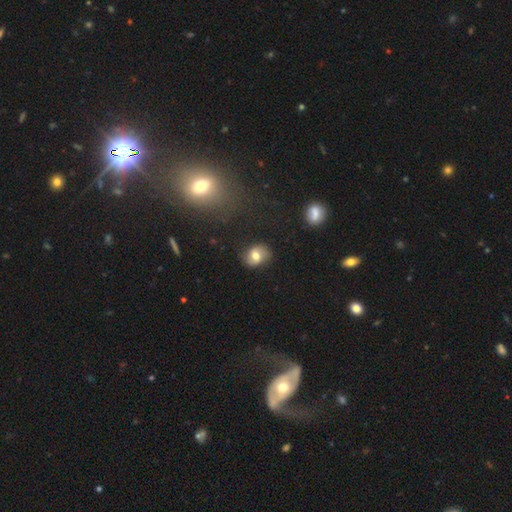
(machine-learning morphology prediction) type=smooth (50%); roundness=in between (56%); merging=none (78%).